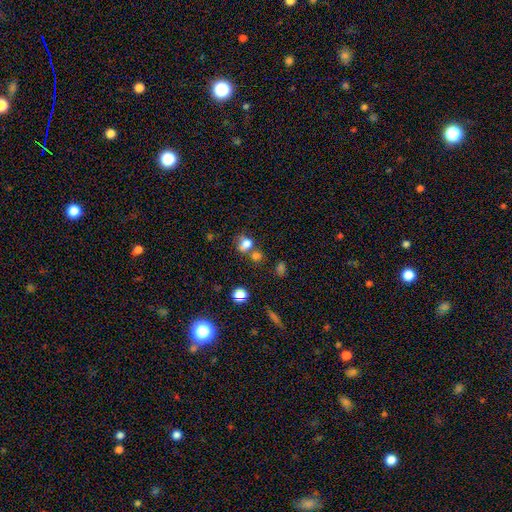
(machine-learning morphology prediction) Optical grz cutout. It shows a star or artifact, not a galaxy (54%).